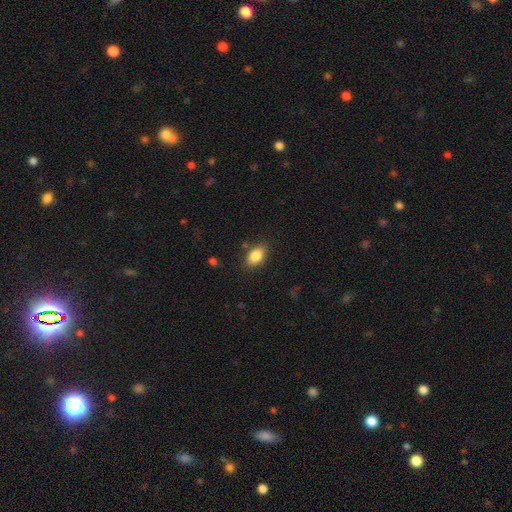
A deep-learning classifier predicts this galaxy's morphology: Smooth or featured? smooth (86%)
How rounded? in between (88%)
Merging? none (82%)